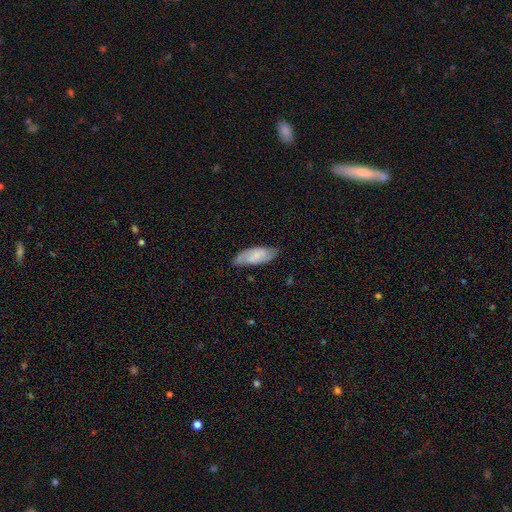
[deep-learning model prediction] The model was most divided on "smooth or featured": smooth: 59%, featured or disk: 35%, star or artifact: 6%. More confident: merging — none (75%); how rounded — in between (74%).